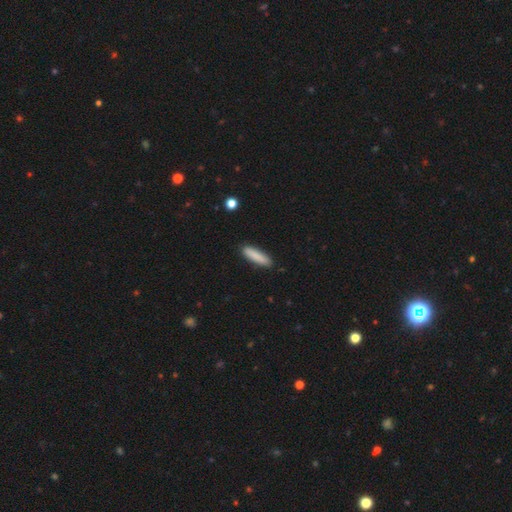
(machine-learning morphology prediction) smooth_or_featured: smooth (p=0.87) [alt: featured or disk p=0.07]
how_rounded: cigar-shaped (p=0.73) [alt: in between p=0.25]
merging: none (p=0.88) [alt: minor disturbance p=0.09]